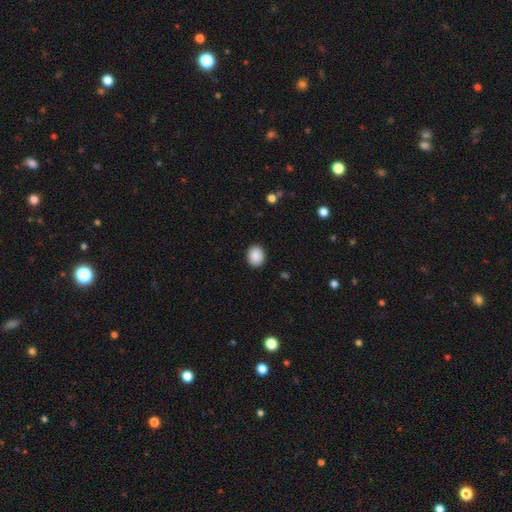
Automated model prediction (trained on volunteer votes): smooth 90%, star or artifact 8%, featured or disk 3%. Down the decision tree: how rounded — round (57%); merging — none (91%).